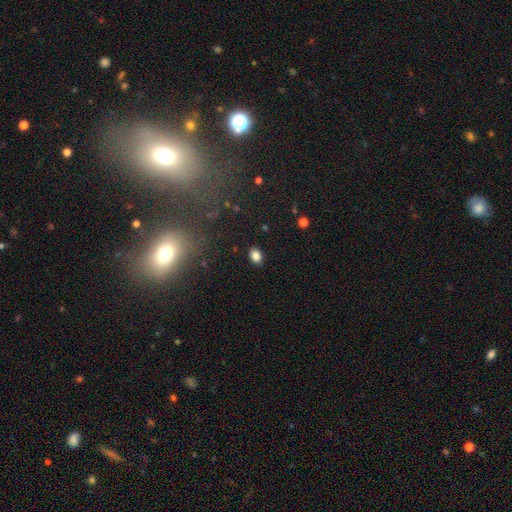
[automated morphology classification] Overall: smooth (84%). How rounded: in between (77%). Merging: none (89%).